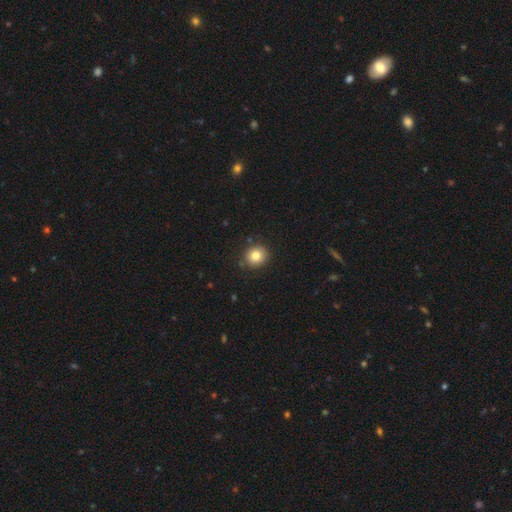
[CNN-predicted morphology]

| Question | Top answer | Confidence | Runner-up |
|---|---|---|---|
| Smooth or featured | smooth | 83% | star or artifact (10%) |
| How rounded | round | 85% | in between (15%) |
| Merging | none | 88% | minor disturbance (8%) |